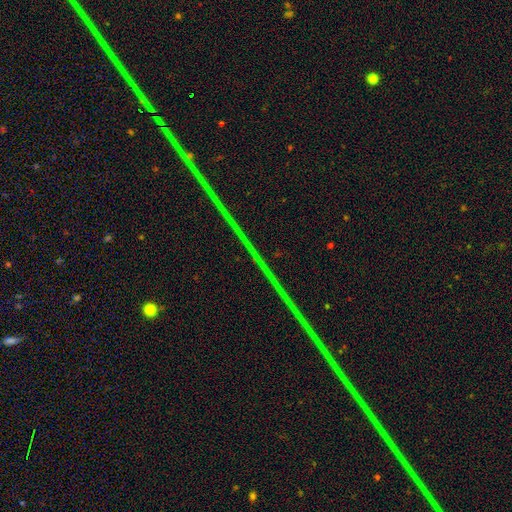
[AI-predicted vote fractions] smooth_or_featured: star or artifact (p=0.90) [alt: featured or disk p=0.06]